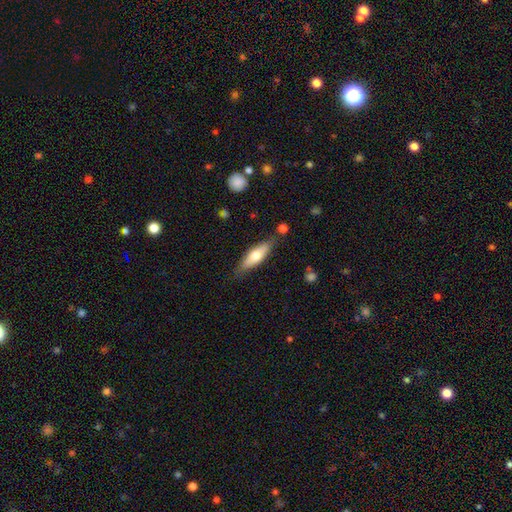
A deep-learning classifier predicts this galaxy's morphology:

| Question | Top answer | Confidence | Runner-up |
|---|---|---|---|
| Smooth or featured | smooth | 61% | featured or disk (34%) |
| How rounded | in between | 50% | cigar-shaped (48%) |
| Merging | none | 78% | minor disturbance (16%) |